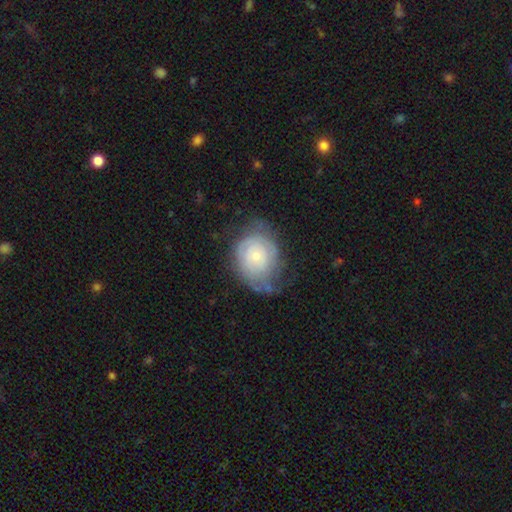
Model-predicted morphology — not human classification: Smooth or featured? Predicted: featured or disk (p=0.57). Edge-on disk? Predicted: no (p=0.97). Bar? Predicted: no (p=0.83). Spiral arms? Predicted: yes (p=0.75). Bulge size? Predicted: small (p=0.66). Merging? Predicted: none (p=0.52).